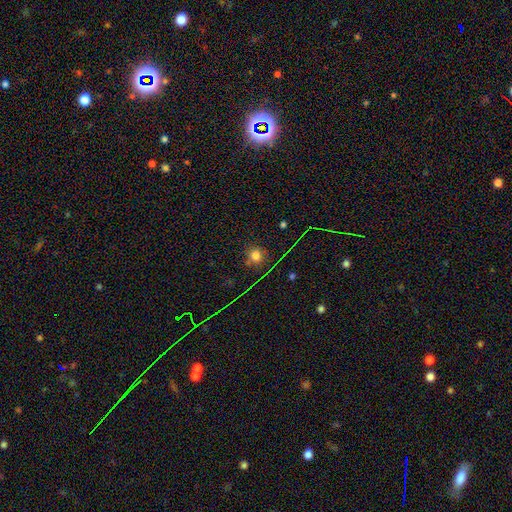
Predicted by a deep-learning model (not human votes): Smooth or featured?
  - smooth: 70% *
  - star or artifact: 22%
  - featured or disk: 8%
How rounded?
  - round: 84% *
  - in between: 15%
  - cigar-shaped: 1%
Merging?
  - none: 78% *
  - minor disturbance: 13%
  - major disturbance: 4%
  - merger: 4%